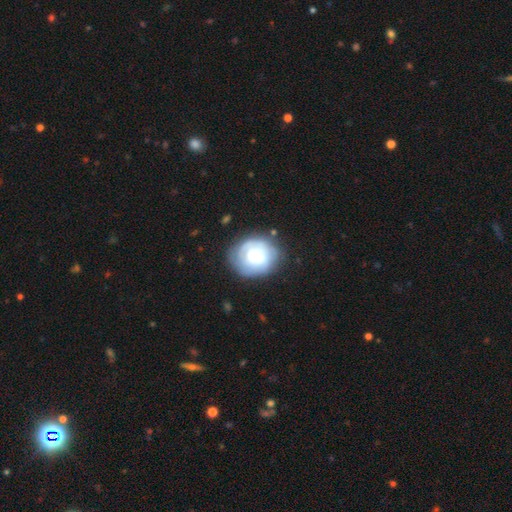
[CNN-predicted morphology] A featured or disk galaxy (57%) with no bar (77%), spiral arms (70%) and a small central bulge (55%). Merging: none (70%).